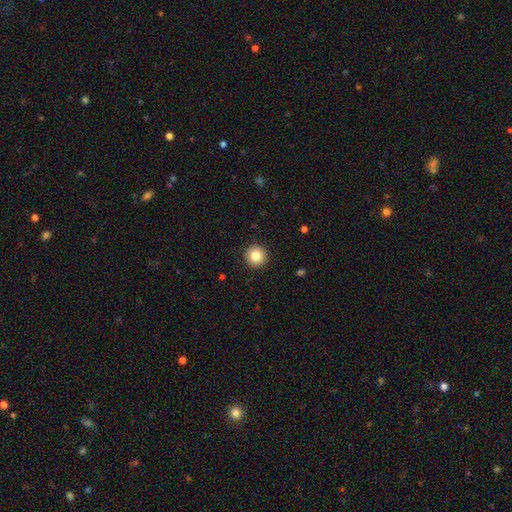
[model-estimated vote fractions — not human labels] This is clearly a smooth galaxy (86%). How rounded: clearly round (96%). Merging: clearly none (93%).